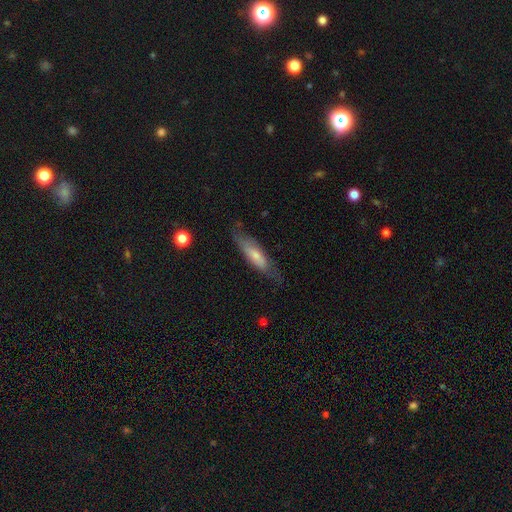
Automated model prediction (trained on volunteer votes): This appears to be a smooth galaxy with no disk features (56%) that is cigar-shaped (59%). Merging: none (66%).